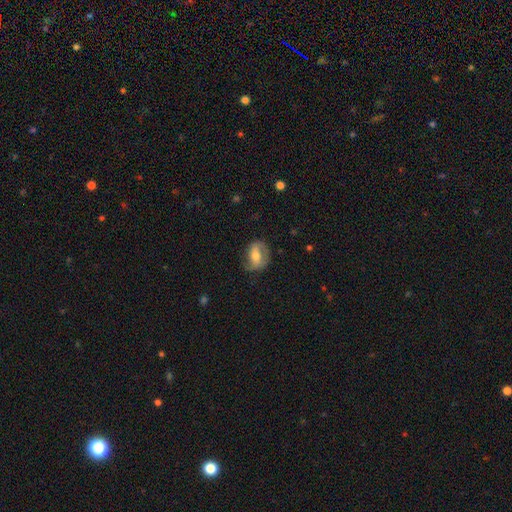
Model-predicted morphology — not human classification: smooth-or-featured: featured or disk: 51% | smooth: 41% | star or artifact: 7%
  disk-edge-on: no: 94% | yes: 6%
  merging: none: 65% | minor disturbance: 23% | major disturbance: 11% | merger: 1%